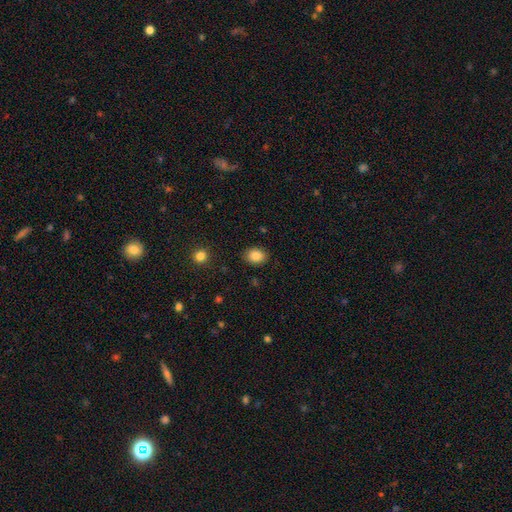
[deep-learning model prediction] A smooth galaxy with no disk features (86%) that is in between round and cigar-shaped (59%). Merging: none (87%).